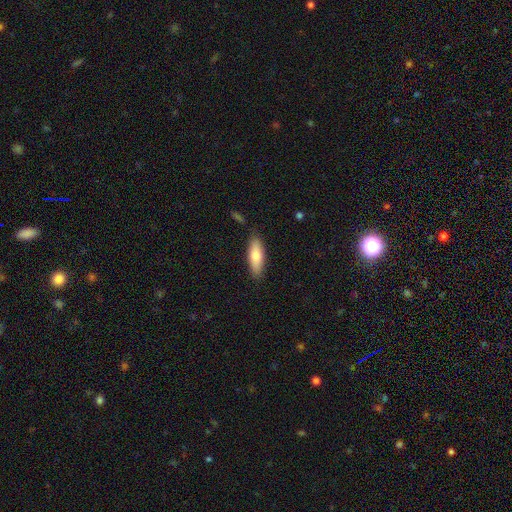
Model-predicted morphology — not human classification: Overall: smooth (77%). How rounded: in between (55%; cigar-shaped 43%). Merging: none (84%).